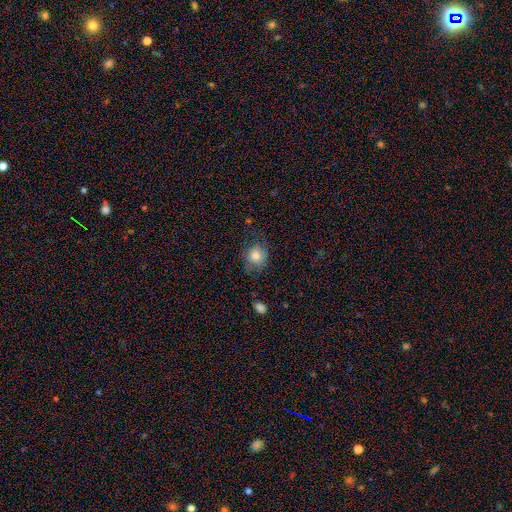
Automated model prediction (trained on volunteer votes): Smooth or featured? Predicted: smooth (p=0.81). How rounded? Predicted: round (p=0.79). Merging? Predicted: none (p=0.71).